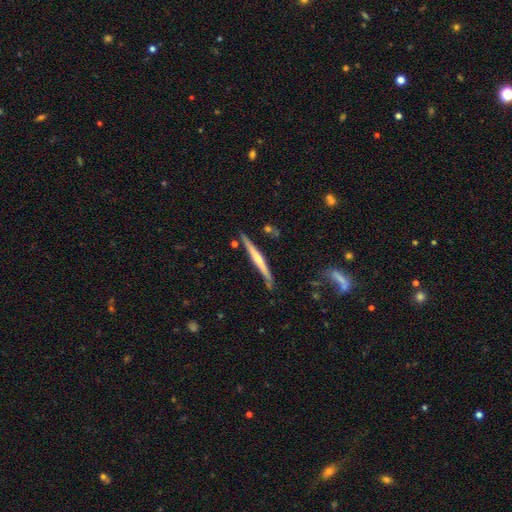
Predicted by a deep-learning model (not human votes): A featured or disk galaxy (65%) viewed edge-on (97%) with a rounded central bulge (52%).

Vote fractions:
- Smooth or featured? featured or disk: 65% / smooth: 30% / star or artifact: 6%
- Edge-on disk? yes: 97% / no: 3%
- Edge-on bulge? rounded: 52% / none: 37% / boxy: 11%
- Merging? none: 84% / minor disturbance: 11% / merger: 3% / major disturbance: 2%